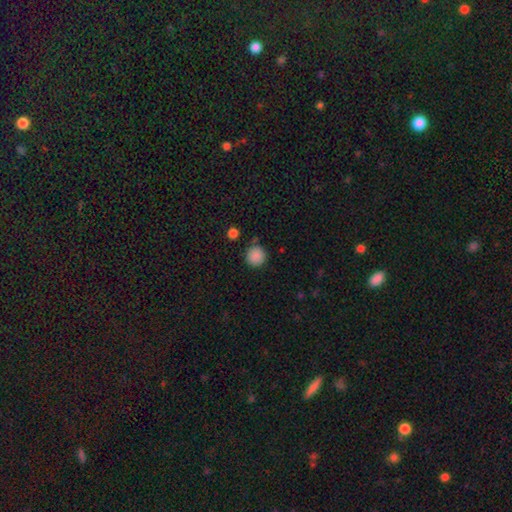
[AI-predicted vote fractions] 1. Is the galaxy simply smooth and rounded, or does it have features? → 88% smooth, 9% star or artifact, 3% featured or disk.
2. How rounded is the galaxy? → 94% round, 5% in between, 1% cigar-shaped.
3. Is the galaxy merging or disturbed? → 83% none, 10% minor disturbance, 4% merger, 3% major disturbance.